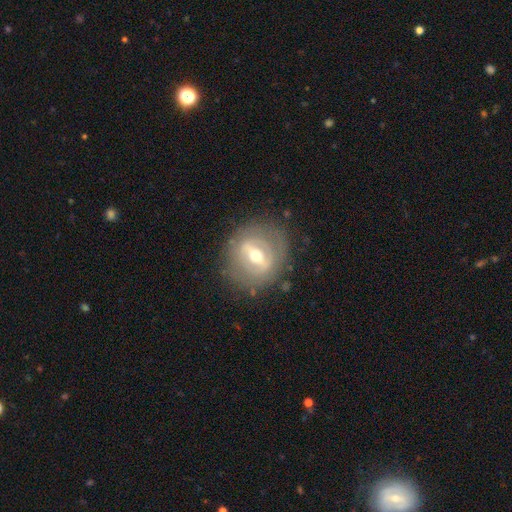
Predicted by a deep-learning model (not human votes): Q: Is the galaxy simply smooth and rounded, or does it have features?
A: featured or disk — 73%.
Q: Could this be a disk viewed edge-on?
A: no — 87%.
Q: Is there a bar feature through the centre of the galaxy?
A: strong — 57%.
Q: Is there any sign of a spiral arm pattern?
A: no — 67%.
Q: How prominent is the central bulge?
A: moderate — 65%.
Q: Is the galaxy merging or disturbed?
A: none — 80%.